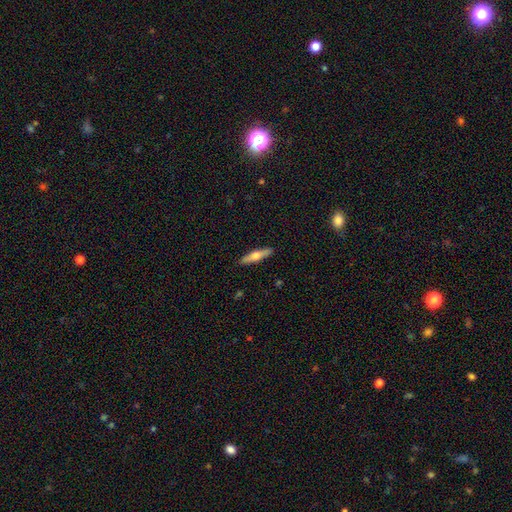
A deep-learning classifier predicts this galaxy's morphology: The model was most divided on "smooth or featured": featured or disk: 49%, smooth: 45%, star or artifact: 6%. More confident: merging — none (91%).